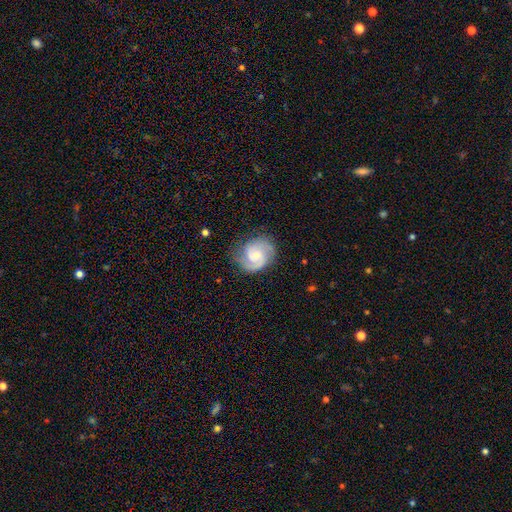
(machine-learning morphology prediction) This is clearly a featured or disk galaxy (81%). It is clearly not viewed edge-on (98%). Bar: possibly no (55%). Spiral arm pattern: clearly yes (97%). Spiral arm count: likely 2 (77%). Spiral winding: possibly medium (49%). Central bulge: possibly small (50%). Merging: likely none (75%).